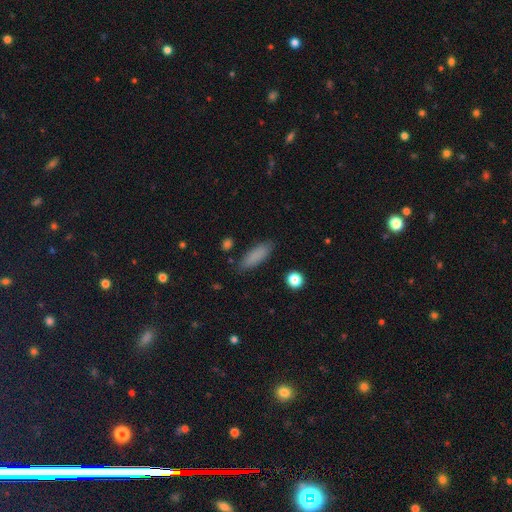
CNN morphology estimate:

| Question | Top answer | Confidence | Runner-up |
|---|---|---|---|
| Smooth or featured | smooth | 86% | star or artifact (8%) |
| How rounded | in between | 52% | cigar-shaped (46%) |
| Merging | none | 85% | minor disturbance (11%) |